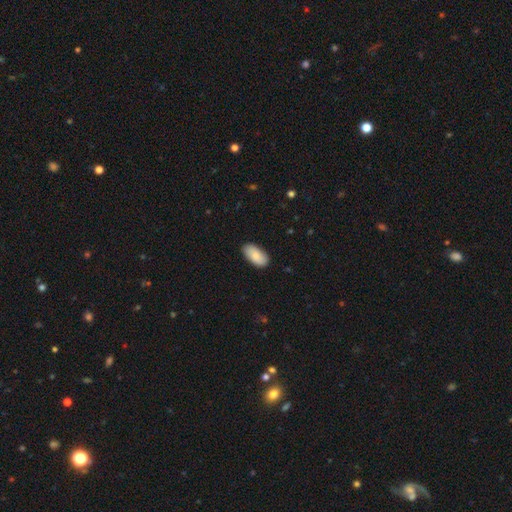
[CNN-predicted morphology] smooth-or-featured: smooth: 83% | featured or disk: 11% | star or artifact: 6%
  how-rounded: in between: 95% | cigar-shaped: 3% | round: 2%
  merging: none: 85% | minor disturbance: 12% | major disturbance: 2% | merger: 1%